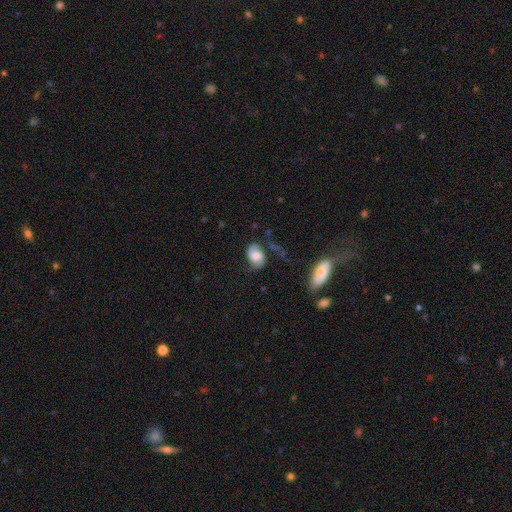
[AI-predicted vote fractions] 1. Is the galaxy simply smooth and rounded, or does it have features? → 54% smooth, 38% featured or disk, 8% star or artifact.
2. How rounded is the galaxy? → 82% in between, 16% round, 2% cigar-shaped.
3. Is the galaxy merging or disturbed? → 54% none, 26% minor disturbance, 14% major disturbance, 5% merger.